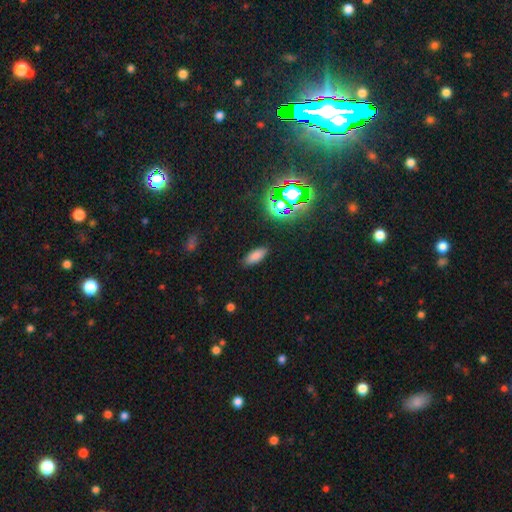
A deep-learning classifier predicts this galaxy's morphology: Smooth or featured? smooth (77%)
How rounded? in between (84%)
Merging? none (87%)